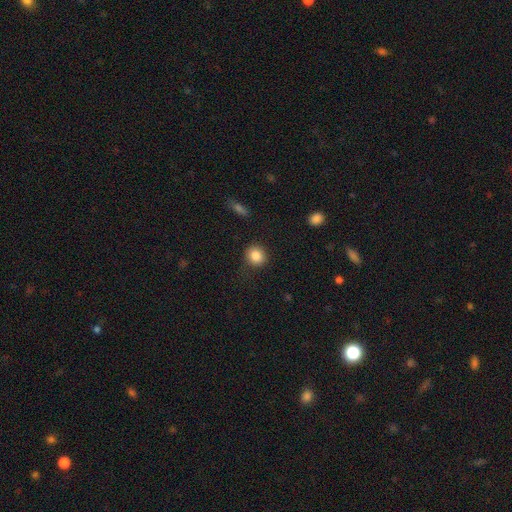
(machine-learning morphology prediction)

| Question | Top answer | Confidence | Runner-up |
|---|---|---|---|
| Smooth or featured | smooth | 86% | star or artifact (9%) |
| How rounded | round | 83% | in between (16%) |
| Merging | none | 83% | minor disturbance (11%) |